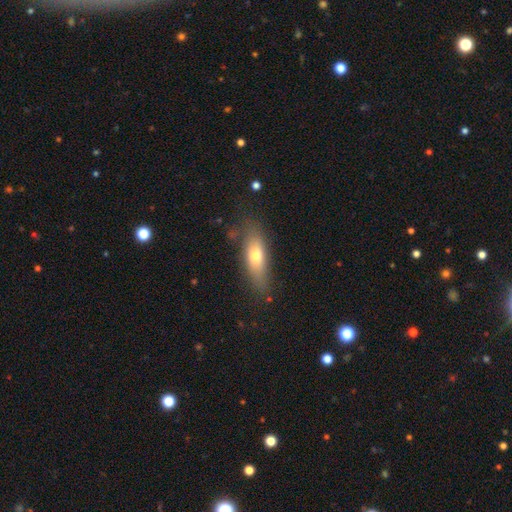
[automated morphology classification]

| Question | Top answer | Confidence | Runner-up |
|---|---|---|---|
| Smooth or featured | smooth | 67% | featured or disk (25%) |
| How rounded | in between | 59% | cigar-shaped (38%) |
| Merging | none | 75% | minor disturbance (17%) |